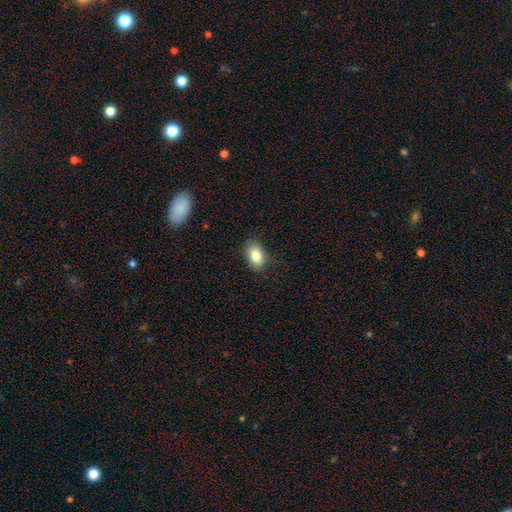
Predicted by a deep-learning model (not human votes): Smooth or featured? Predicted: smooth (p=0.82). How rounded? Predicted: in between (p=0.81). Merging? Predicted: none (p=0.82).